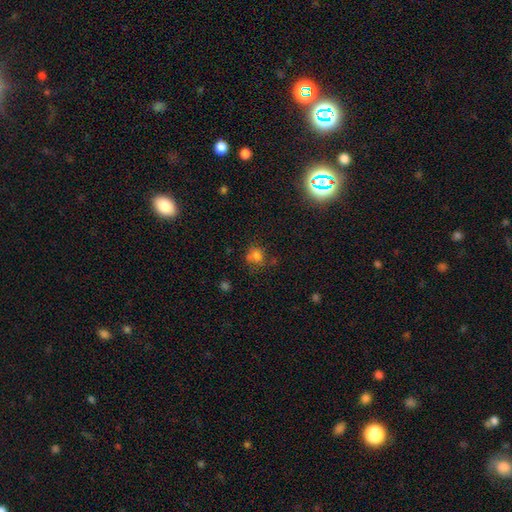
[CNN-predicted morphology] A smooth galaxy with no disk features (71%) that is round (71%). Merging: none (53%).